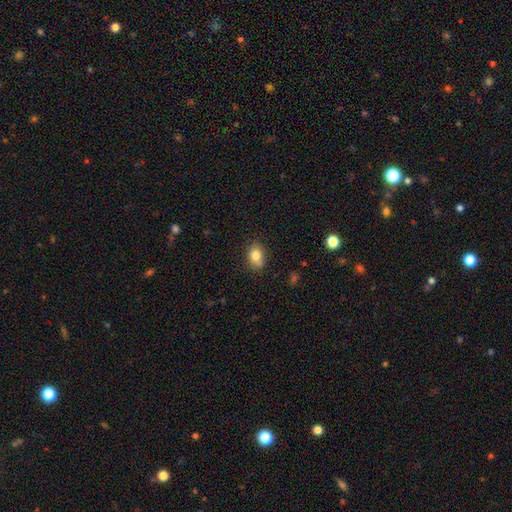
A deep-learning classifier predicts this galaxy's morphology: The model was most divided on "how rounded": in between: 69%, round: 29%, cigar-shaped: 2%. More confident: smooth or featured — smooth (81%); merging — none (72%).